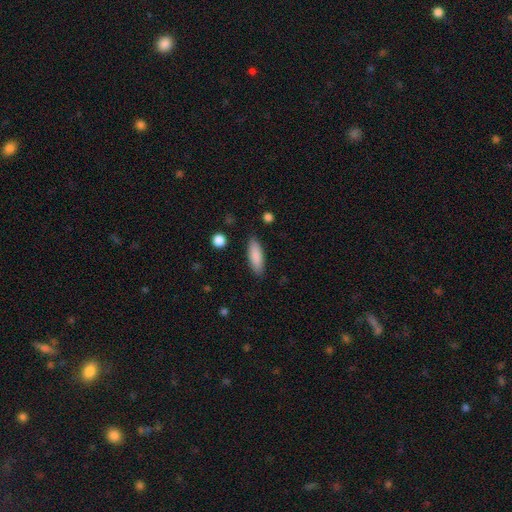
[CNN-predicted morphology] The model was most divided on "how rounded": in between: 55%, cigar-shaped: 43%, round: 2%. More confident: smooth or featured — smooth (87%); merging — none (87%).